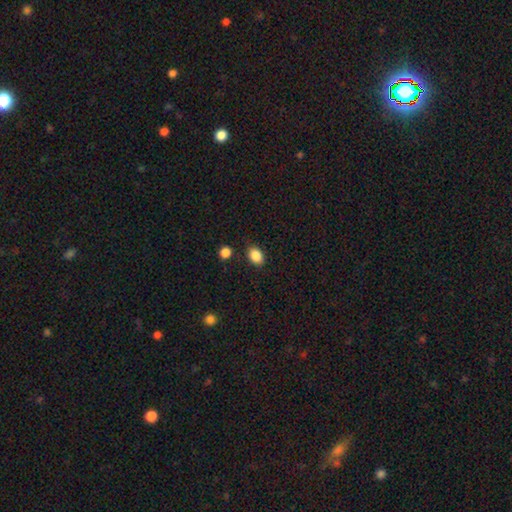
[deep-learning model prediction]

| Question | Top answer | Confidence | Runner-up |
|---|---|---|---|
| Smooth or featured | smooth | 87% | star or artifact (9%) |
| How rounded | in between | 73% | round (26%) |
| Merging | none | 84% | minor disturbance (10%) |